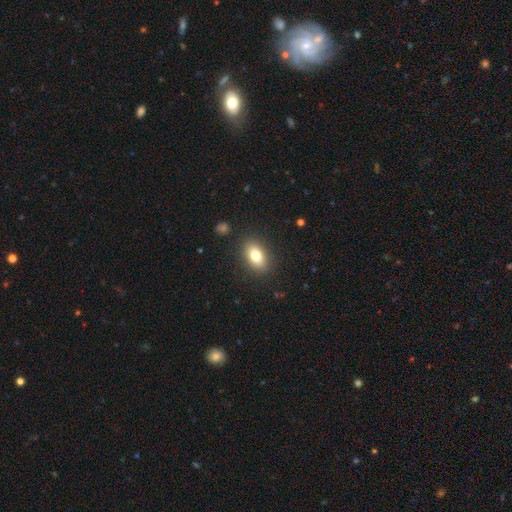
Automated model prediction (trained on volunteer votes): Overall: smooth (79%). How rounded: in between (86%). Merging: none (87%).